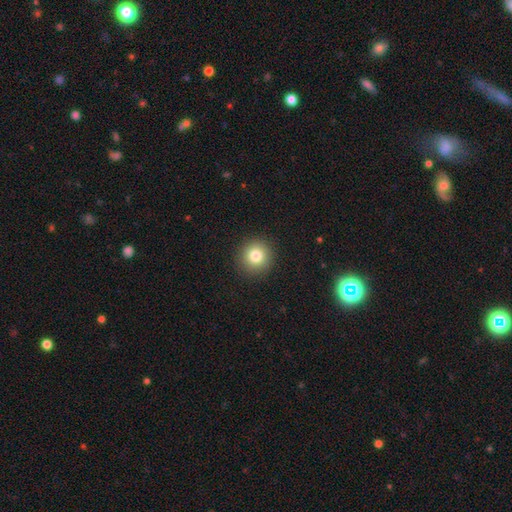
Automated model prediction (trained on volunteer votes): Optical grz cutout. It shows a smooth galaxy with no disk features (81%) that is round (94%). Merging: none (92%).